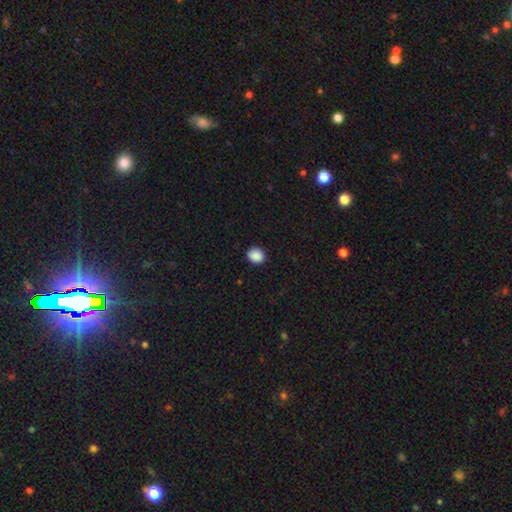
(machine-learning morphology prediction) This appears to be a smooth galaxy with no disk features (89%) that is round (61%). Merging: none (90%).